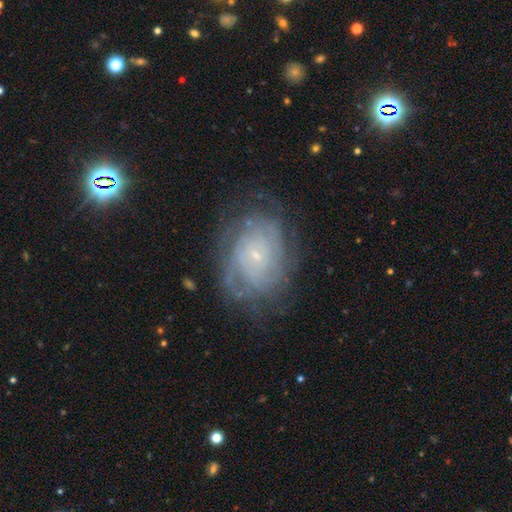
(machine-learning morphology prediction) This appears to be a featured or disk galaxy (77%) with no bar (77%), tight (71%) spiral arms (89%) and a small central bulge (86%). Merging: none (71%).